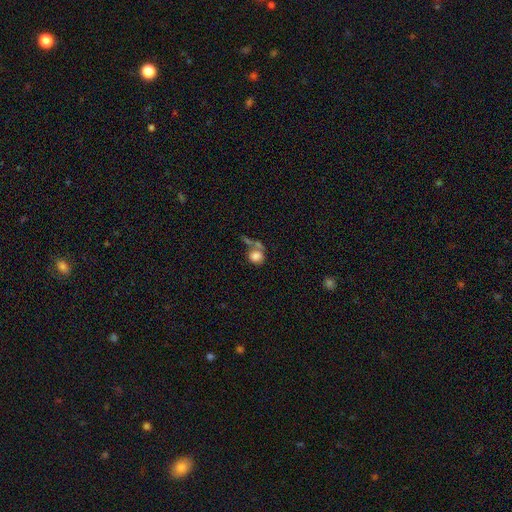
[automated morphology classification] Smooth or featured? Predicted: smooth (p=0.77). How rounded? Predicted: round (p=0.67). Merging? Predicted: merger (p=0.38).